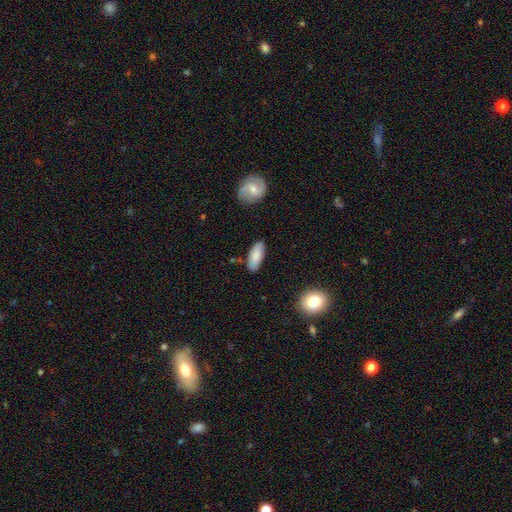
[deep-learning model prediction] This is clearly a smooth galaxy (84%). How rounded: clearly in between (81%). Merging: clearly none (83%).